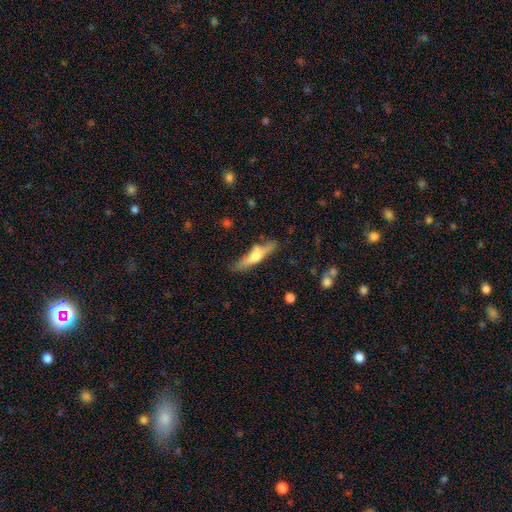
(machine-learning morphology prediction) Overall: featured or disk (50%; smooth 44%). Merging: none (72%).